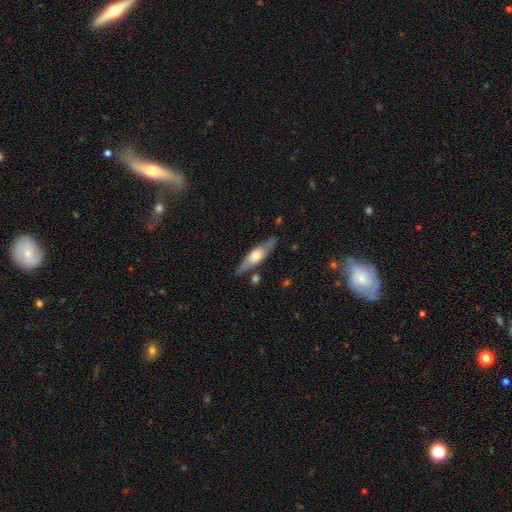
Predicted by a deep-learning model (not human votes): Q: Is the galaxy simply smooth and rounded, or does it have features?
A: featured or disk — 55%.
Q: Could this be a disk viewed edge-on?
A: yes — 78%.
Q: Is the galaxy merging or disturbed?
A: none — 79%.